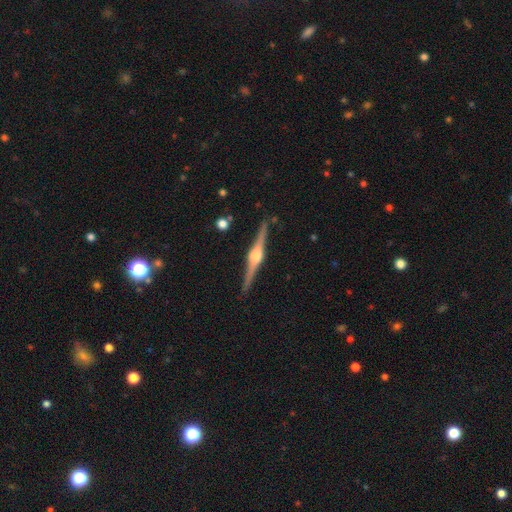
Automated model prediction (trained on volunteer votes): The model was most divided on "smooth or featured": featured or disk: 87%, smooth: 8%, star or artifact: 5%. More confident: edge-on disk — yes (99%); edge-on bulge — rounded (93%); merging — none (90%).